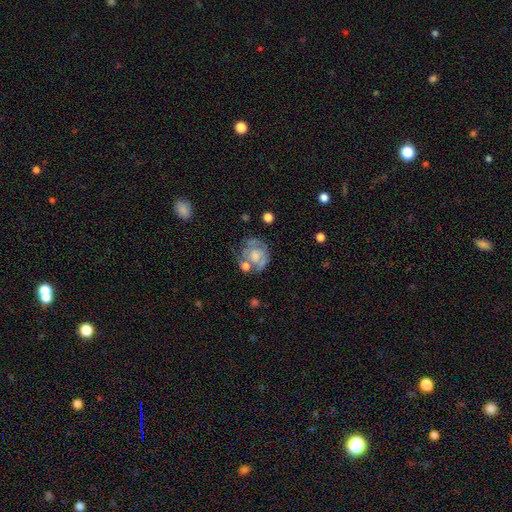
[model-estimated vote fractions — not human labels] This appears to be a featured or disk galaxy (61%) with no bar (76%), spiral arms (66%) and a moderate central bulge (37%). Merging: none (45%).